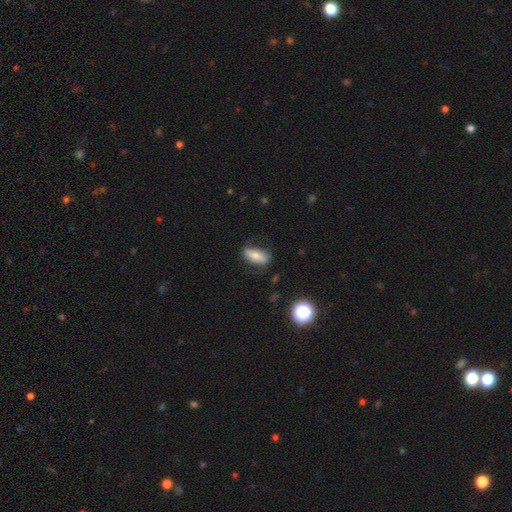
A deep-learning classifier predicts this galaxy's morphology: This appears to be a smooth galaxy with no disk features (66%) that is in between round and cigar-shaped (77%). Merging: none (69%).